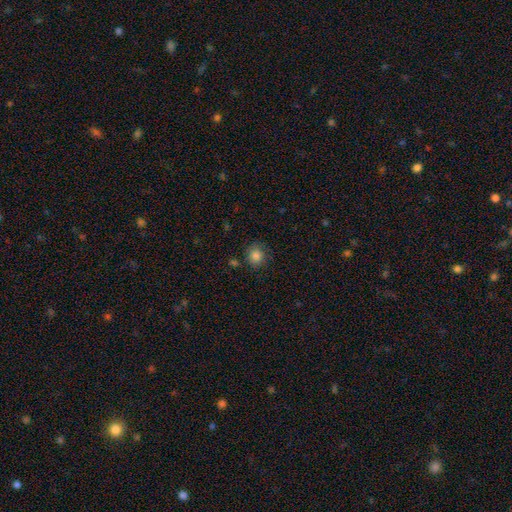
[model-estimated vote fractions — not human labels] Smooth or featured? Predicted: smooth (p=0.85). How rounded? Predicted: round (p=0.79). Merging? Predicted: none (p=0.80).